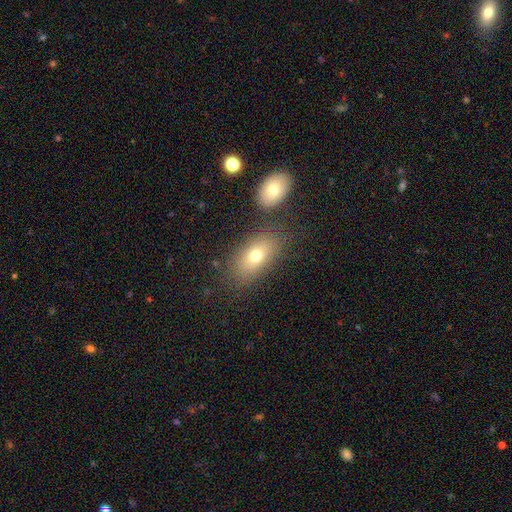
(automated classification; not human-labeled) Smooth or featured: smooth — 71% (featured or disk — 17%)
How rounded: in between — 86% (round — 10%)
Merging: none — 73% (minor disturbance — 12%)